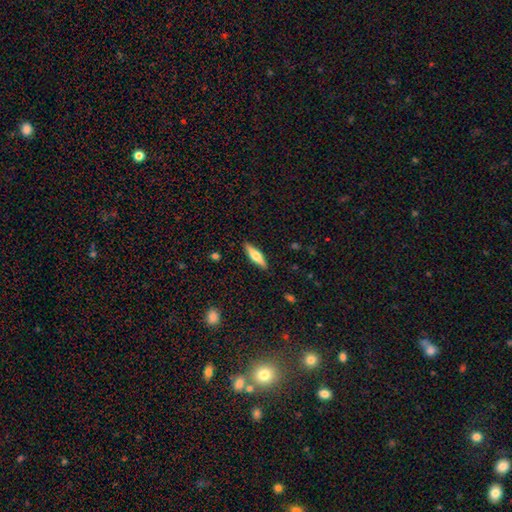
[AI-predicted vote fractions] A smooth galaxy with no disk features (49%).

Vote fractions:
- Smooth or featured? smooth: 49% / featured or disk: 45% / star or artifact: 6%
- Merging? none: 90% / minor disturbance: 7% / major disturbance: 2% / merger: 1%